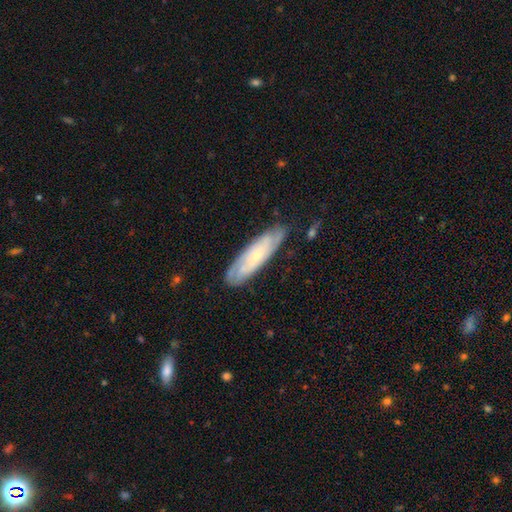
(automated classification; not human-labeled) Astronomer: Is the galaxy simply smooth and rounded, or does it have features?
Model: featured or disk — 60%.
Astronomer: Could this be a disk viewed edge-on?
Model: no — 74%.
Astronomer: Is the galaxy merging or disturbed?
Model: none — 78%.